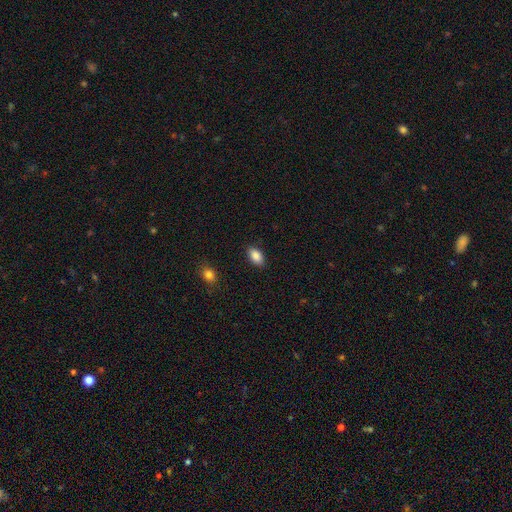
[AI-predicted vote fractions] This appears to be a smooth galaxy with no disk features (88%) that is in between round and cigar-shaped (92%). Merging: none (88%).